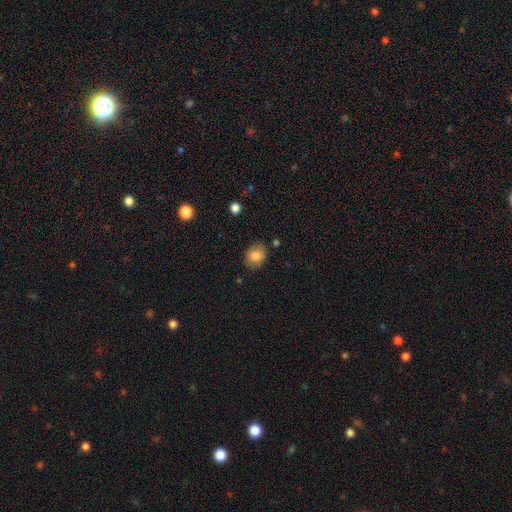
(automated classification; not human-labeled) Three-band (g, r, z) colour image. It shows a smooth galaxy with no disk features (82%) that is round (55%). Merging: none (80%).